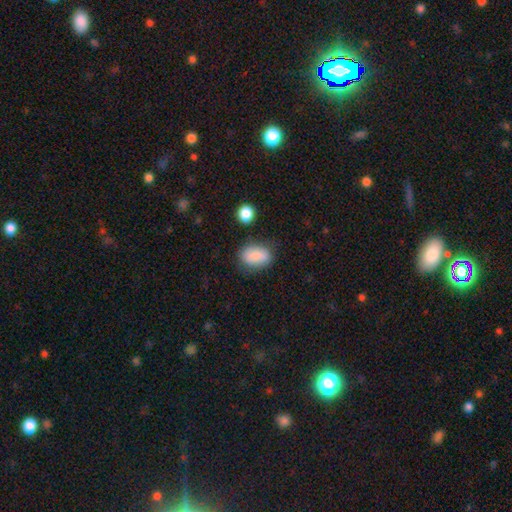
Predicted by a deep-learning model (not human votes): This is clearly a smooth galaxy (84%). How rounded: clearly in between (84%). Merging: likely none (73%).